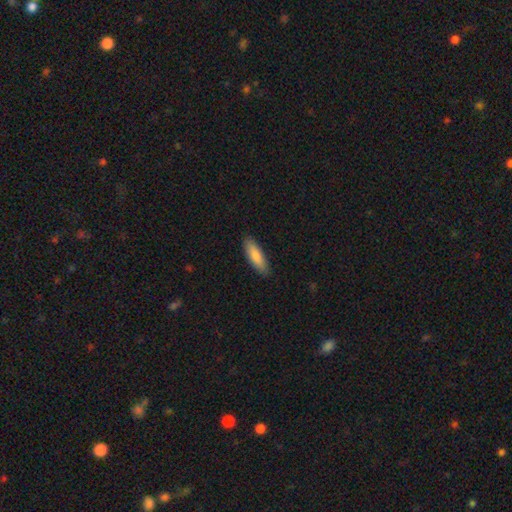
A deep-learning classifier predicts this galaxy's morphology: Smooth or featured? smooth (84%)
How rounded? cigar-shaped (52%)
Merging? none (89%)